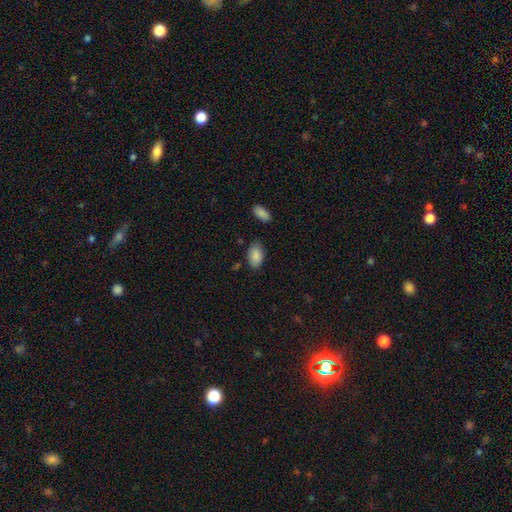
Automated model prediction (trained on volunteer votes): smooth_or_featured: smooth (p=0.88) [alt: star or artifact p=0.07]
how_rounded: in between (p=0.93) [alt: round p=0.05]
merging: none (p=0.78) [alt: minor disturbance p=0.16]